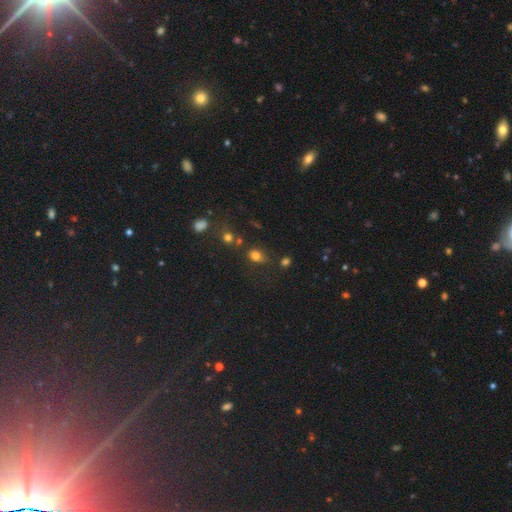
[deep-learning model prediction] Morphology: type=smooth (76%); roundness=in between (61%); merging=none (64%).